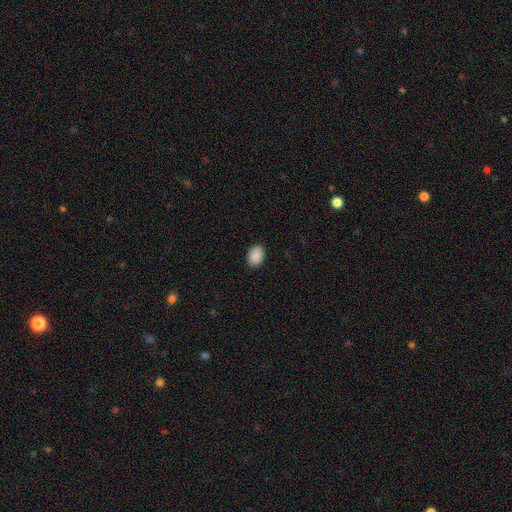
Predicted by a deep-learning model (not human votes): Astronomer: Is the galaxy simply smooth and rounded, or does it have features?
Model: smooth — 90%.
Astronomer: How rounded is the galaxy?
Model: in between — 79%.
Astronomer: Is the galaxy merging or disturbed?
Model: none — 89%.